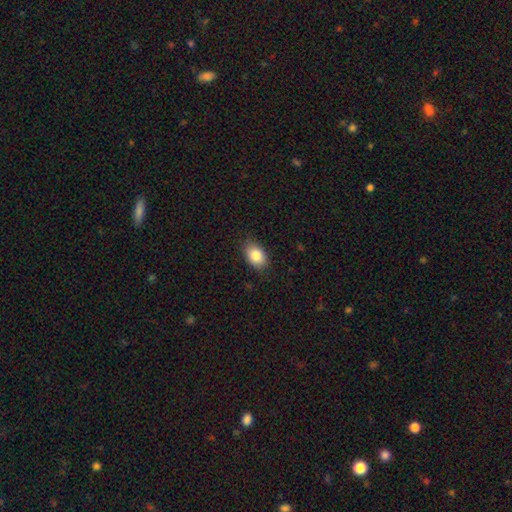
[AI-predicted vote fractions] Smooth or featured? Predicted: smooth (p=0.84). How rounded? Predicted: in between (p=0.82). Merging? Predicted: none (p=0.85).